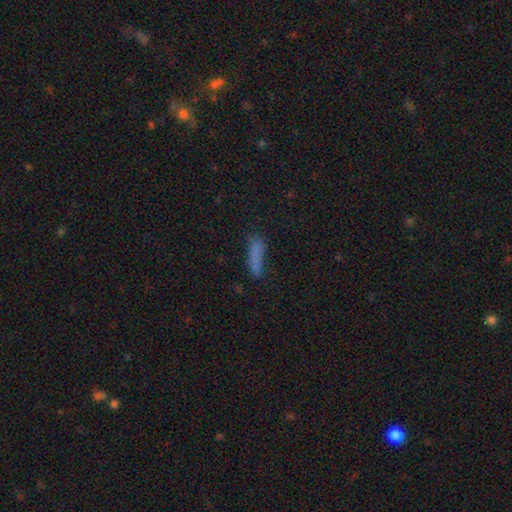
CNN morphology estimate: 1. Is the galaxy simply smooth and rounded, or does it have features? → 77% smooth, 12% star or artifact, 11% featured or disk.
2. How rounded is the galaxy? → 75% cigar-shaped, 22% in between, 2% round.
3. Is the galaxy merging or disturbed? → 64% none, 22% minor disturbance, 9% major disturbance, 5% merger.